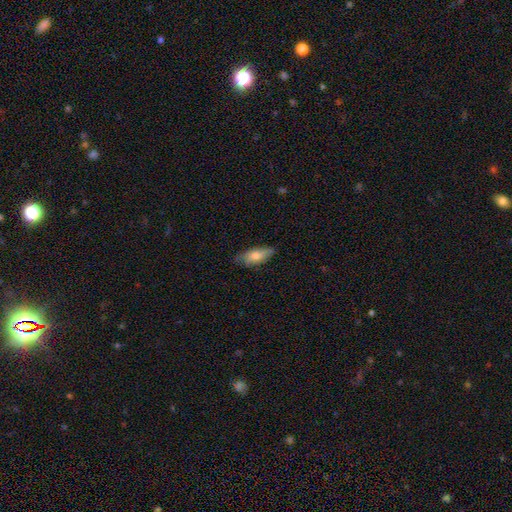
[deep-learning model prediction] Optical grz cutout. It shows a smooth galaxy with no disk features (73%) that is in between round and cigar-shaped (78%). Merging: none (73%).